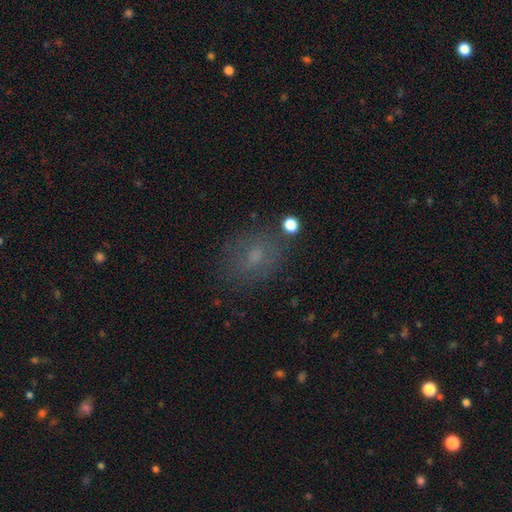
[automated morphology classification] A smooth galaxy with no disk features (57%) that is in between round and cigar-shaped (59%).

Vote fractions:
- Smooth or featured? smooth: 57% / featured or disk: 22% / star or artifact: 21%
- How rounded? in between: 59% / round: 39% / cigar-shaped: 2%
- Merging? none: 73% / minor disturbance: 16% / major disturbance: 8% / merger: 3%